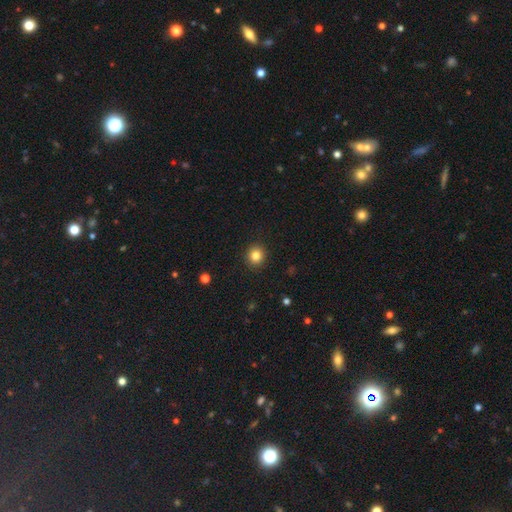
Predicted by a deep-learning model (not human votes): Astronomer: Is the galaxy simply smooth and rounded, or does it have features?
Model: smooth — 83%.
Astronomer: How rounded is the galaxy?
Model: round — 89%.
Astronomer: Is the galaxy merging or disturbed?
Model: none — 92%.